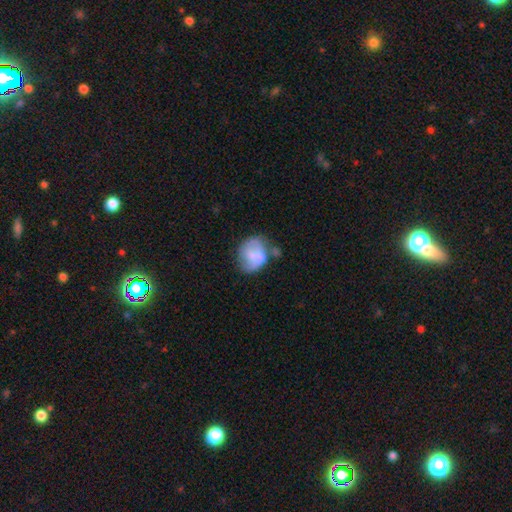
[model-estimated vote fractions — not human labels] Overall: smooth (51%; featured or disk 41%). How rounded: in between (53%; round 46%). Merging: none (33%; minor disturbance 27%).